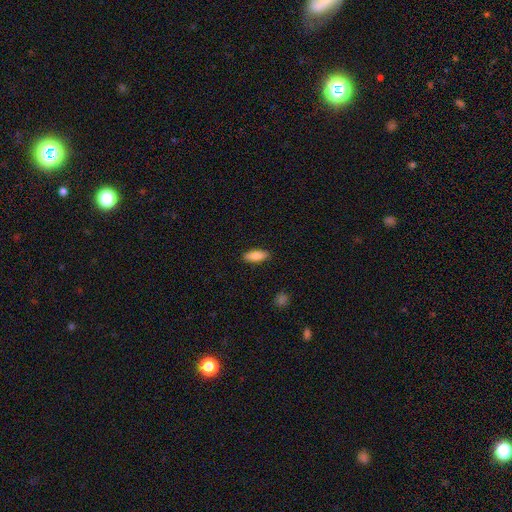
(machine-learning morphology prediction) This is clearly a smooth galaxy (80%). How rounded: likely in between (74%). Merging: clearly none (89%).